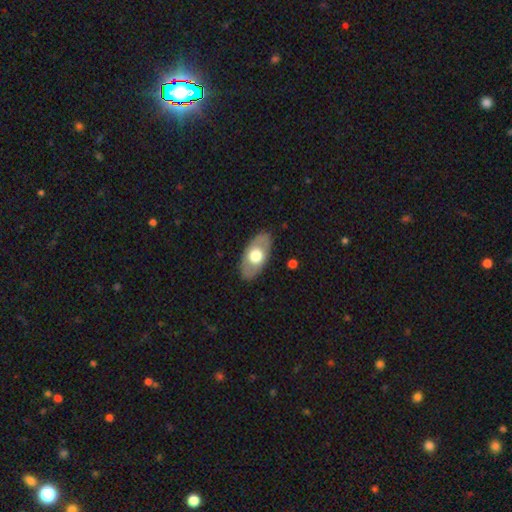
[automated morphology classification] This appears to be a smooth galaxy with no disk features (55%) that is in between round and cigar-shaped (91%). Merging: none (86%).